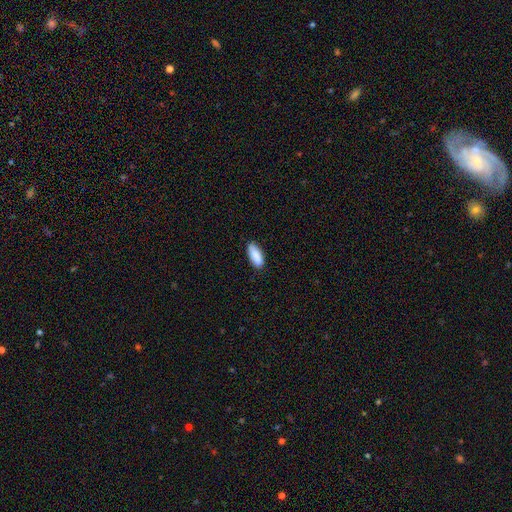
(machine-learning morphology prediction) A smooth galaxy with no disk features (90%) that is in between round and cigar-shaped (84%).

Vote fractions:
- Smooth or featured? smooth: 90% / star or artifact: 6% / featured or disk: 4%
- How rounded? in between: 84% / cigar-shaped: 15% / round: 2%
- Merging? none: 87% / minor disturbance: 11% / major disturbance: 2% / merger: 1%